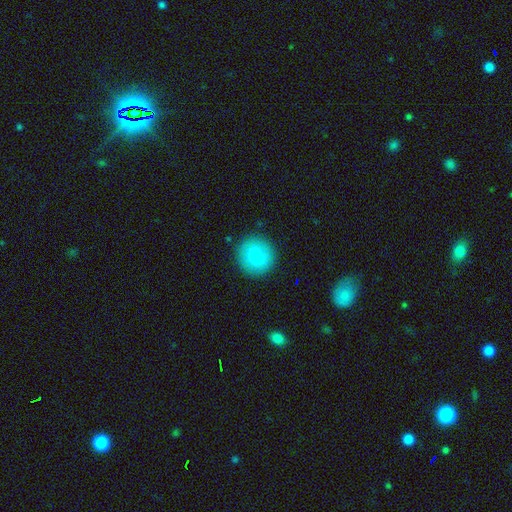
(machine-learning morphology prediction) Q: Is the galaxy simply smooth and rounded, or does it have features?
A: smooth — 78%.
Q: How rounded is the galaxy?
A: round — 95%.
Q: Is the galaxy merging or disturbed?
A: none — 89%.